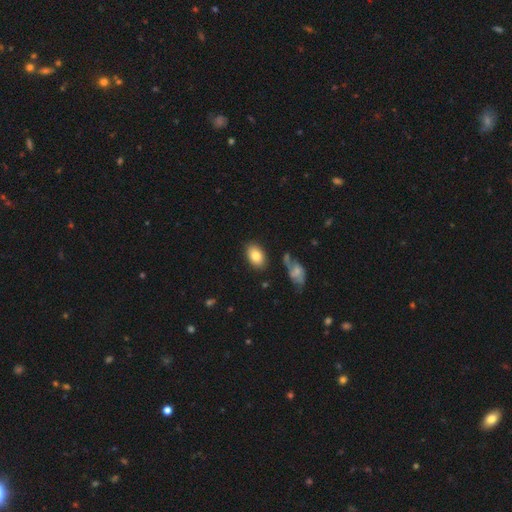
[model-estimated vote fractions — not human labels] Morphology: type=smooth (82%); roundness=in between (89%); merging=none (82%).